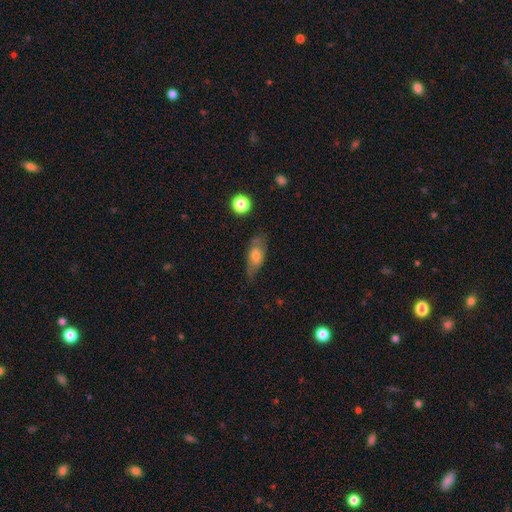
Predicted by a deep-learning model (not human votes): The model was most divided on "smooth or featured": smooth: 56%, featured or disk: 35%, star or artifact: 9%. More confident: how rounded — in between (77%); merging — none (65%).